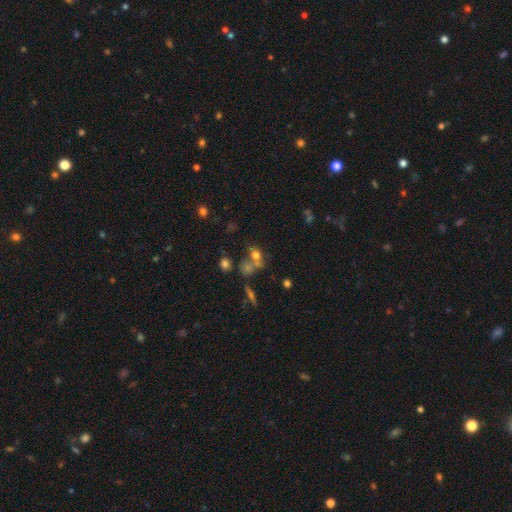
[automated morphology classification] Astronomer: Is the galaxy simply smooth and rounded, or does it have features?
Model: smooth — 63%.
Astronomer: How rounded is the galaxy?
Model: in between — 50% (runner-up: round, 46%).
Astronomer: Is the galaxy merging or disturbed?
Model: merger — 43% (runner-up: none, 39%).